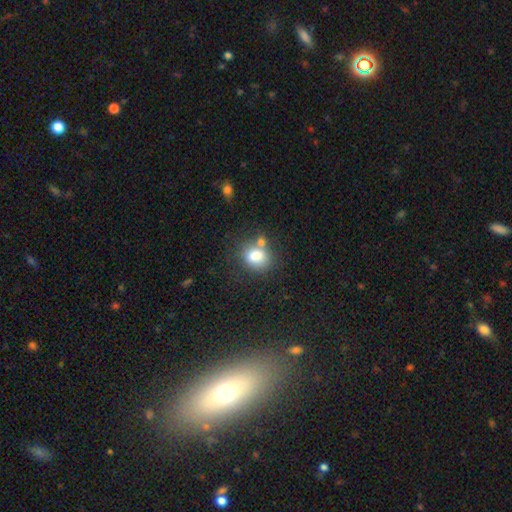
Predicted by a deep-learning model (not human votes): Smooth or featured? smooth (81%)
How rounded? round (54%)
Merging? none (56%)